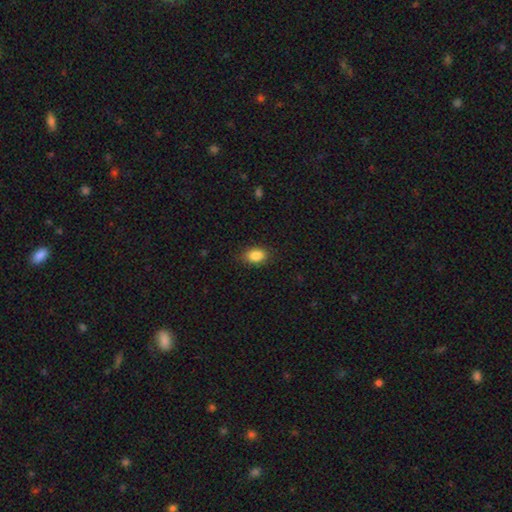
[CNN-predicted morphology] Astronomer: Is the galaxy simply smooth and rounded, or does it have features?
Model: smooth — 87%.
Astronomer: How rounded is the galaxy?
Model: in between — 86%.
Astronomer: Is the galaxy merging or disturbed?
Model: none — 85%.